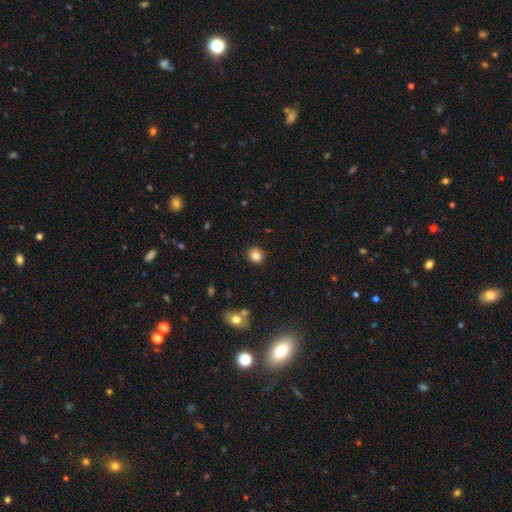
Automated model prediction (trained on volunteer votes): Morphology: type=smooth (85%); roundness=round (75%); merging=none (88%).